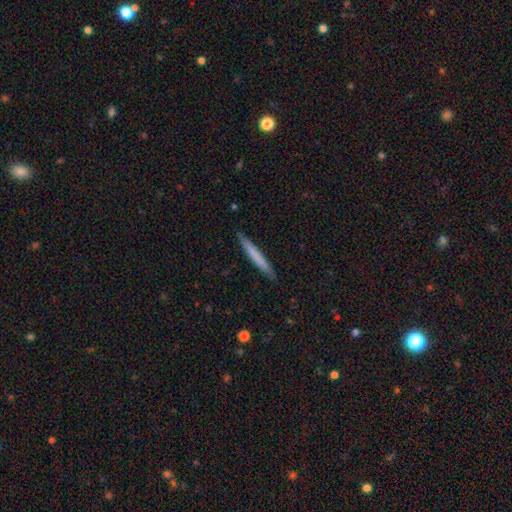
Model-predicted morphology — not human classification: Overall: smooth (65%; featured or disk 30%). How rounded: cigar-shaped (97%). Merging: none (90%).